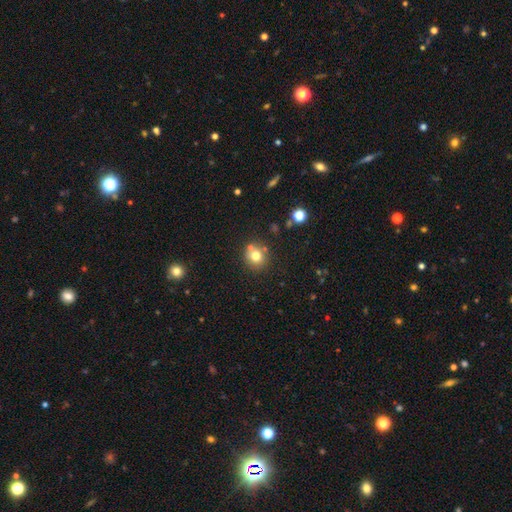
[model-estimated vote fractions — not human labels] This appears to be a smooth galaxy with no disk features (74%) that is round (88%). Merging: none (71%).